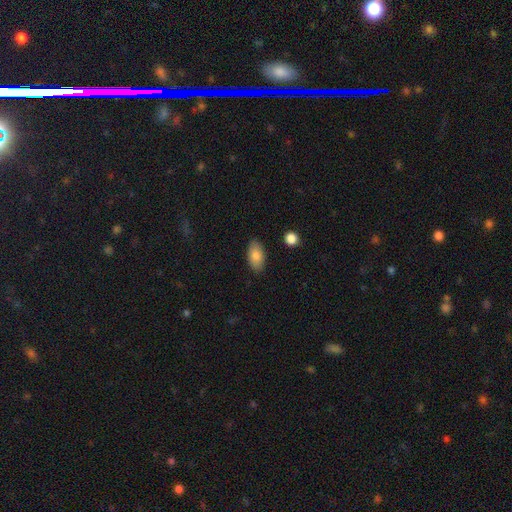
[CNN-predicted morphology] Overall: smooth (83%). How rounded: in between (93%). Merging: none (86%).